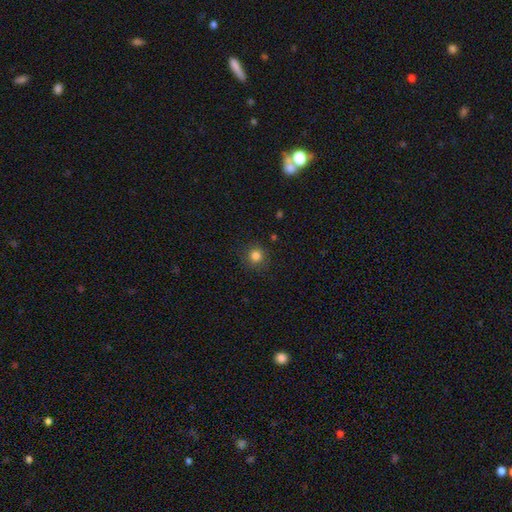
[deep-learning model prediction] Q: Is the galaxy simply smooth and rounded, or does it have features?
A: smooth — 83%.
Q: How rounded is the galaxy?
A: round — 93%.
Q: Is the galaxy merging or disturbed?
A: none — 87%.